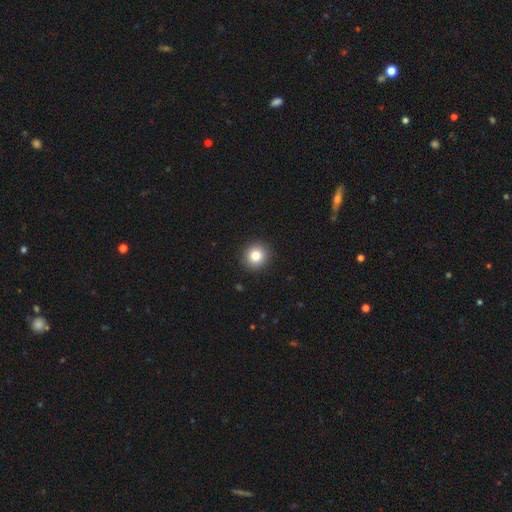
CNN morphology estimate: Smooth or featured?
  - smooth: 82% *
  - star or artifact: 10%
  - featured or disk: 8%
How rounded?
  - round: 90% *
  - in between: 9%
  - cigar-shaped: 1%
Merging?
  - none: 92% *
  - minor disturbance: 6%
  - major disturbance: 2%
  - merger: 1%